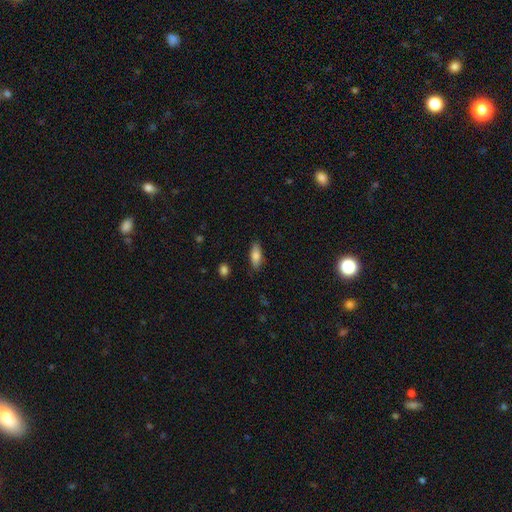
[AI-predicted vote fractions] smooth_or_featured: smooth (p=0.81) [alt: featured or disk p=0.12]
how_rounded: in between (p=0.74) [alt: cigar-shaped p=0.23]
merging: none (p=0.85) [alt: minor disturbance p=0.11]